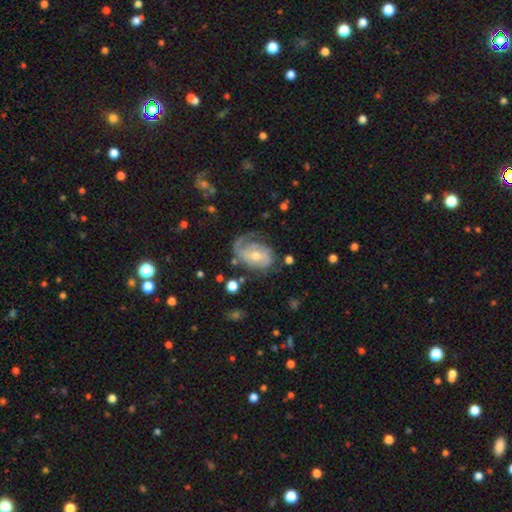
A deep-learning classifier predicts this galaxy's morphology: Smooth or featured: featured or disk — 75% (smooth — 19%)
Edge-on disk: no — 96% (yes — 4%)
Bar: no — 57% (weak — 34%)
Spiral arms: yes — 88% (no — 12%)
Spiral winding: medium — 39% (tight — 33%)
Spiral arm count: 1 — 43% (2 — 33%)
Bulge size: moderate — 55% (small — 39%)
Merging: none — 43% (major disturbance — 28%)